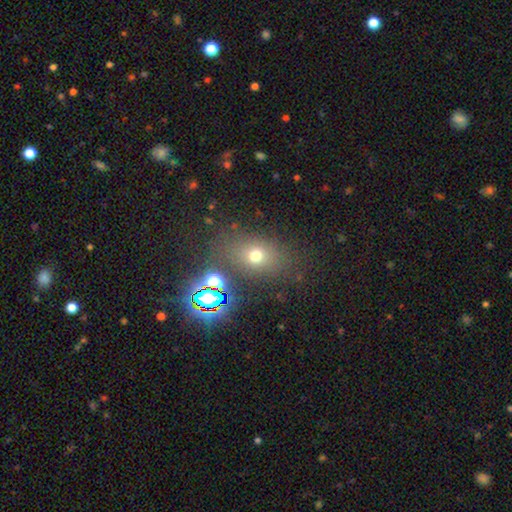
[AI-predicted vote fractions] This is likely a smooth galaxy (63%). How rounded: possibly in between (50%). Merging: likely none (71%).